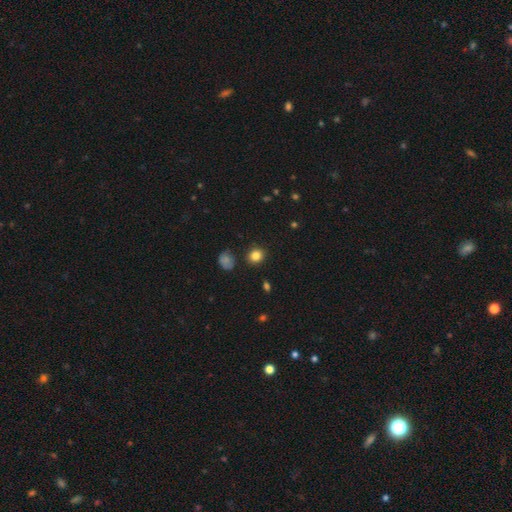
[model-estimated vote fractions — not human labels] Smooth or featured? Predicted: smooth (p=0.84). How rounded? Predicted: round (p=0.80). Merging? Predicted: none (p=0.88).